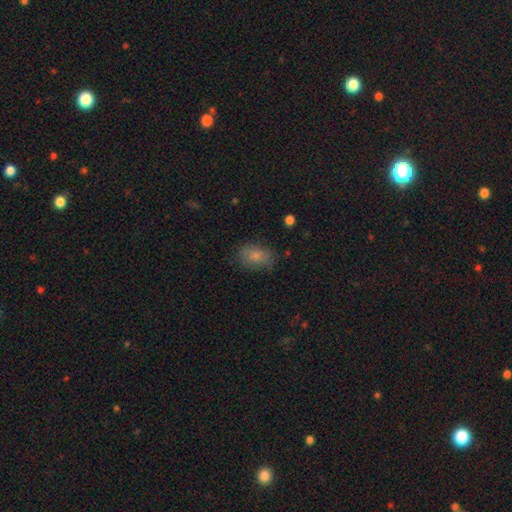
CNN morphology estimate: This appears to be a smooth galaxy with no disk features (80%) that is in between round and cigar-shaped (79%). Merging: none (74%).